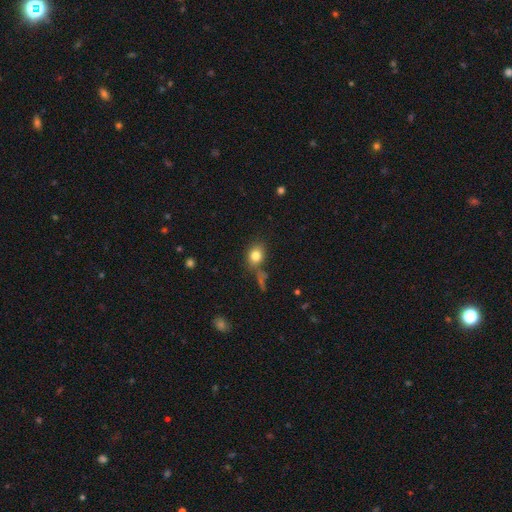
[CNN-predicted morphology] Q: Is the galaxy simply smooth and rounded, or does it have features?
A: smooth — 81%.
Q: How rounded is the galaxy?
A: in between — 50%.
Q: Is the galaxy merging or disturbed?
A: none — 66%.